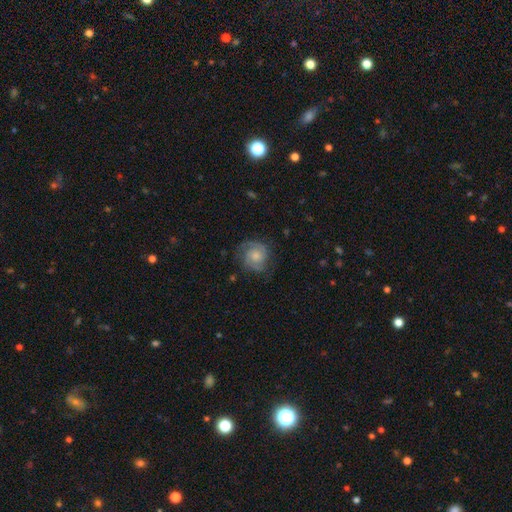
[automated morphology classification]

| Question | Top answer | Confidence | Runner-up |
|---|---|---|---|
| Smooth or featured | featured or disk | 64% | smooth (29%) |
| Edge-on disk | no | 98% | yes (2%) |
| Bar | no | 72% | weak (24%) |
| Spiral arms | yes | 93% | no (7%) |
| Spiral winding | tight | 49% | medium (39%) |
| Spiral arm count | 2 | 69% | can't tell (14%) |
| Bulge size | moderate | 42% | small (38%) |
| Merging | none | 71% | minor disturbance (19%) |